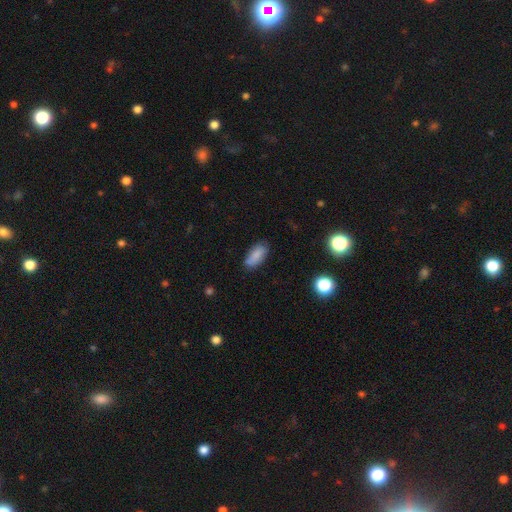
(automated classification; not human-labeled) The model was most divided on "merging": none: 72%, minor disturbance: 21%, major disturbance: 4%, merger: 3%. More confident: smooth or featured — smooth (83%); how rounded — in between (83%).